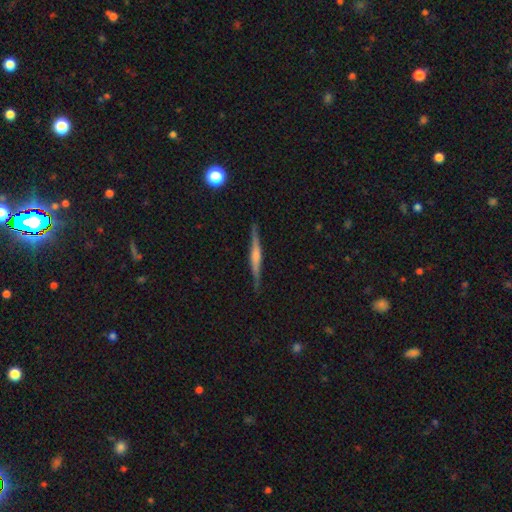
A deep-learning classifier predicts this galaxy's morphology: Smooth or featured? Predicted: featured or disk (p=0.69). Edge-on disk? Predicted: yes (p=0.97). Edge-on bulge? Predicted: rounded (p=0.53). Merging? Predicted: none (p=0.88).